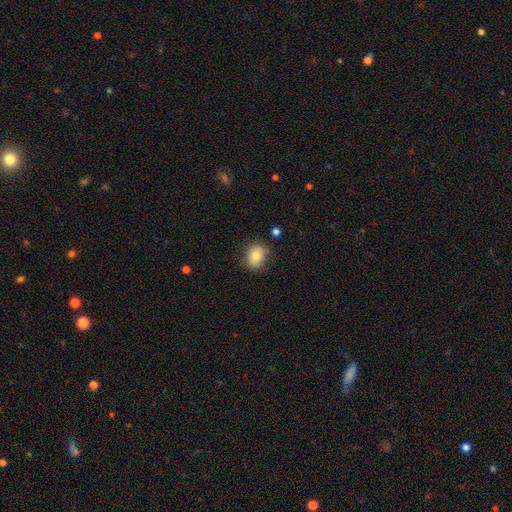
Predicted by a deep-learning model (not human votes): Overall: smooth (79%). How rounded: in between (54%; round 45%). Merging: none (79%).